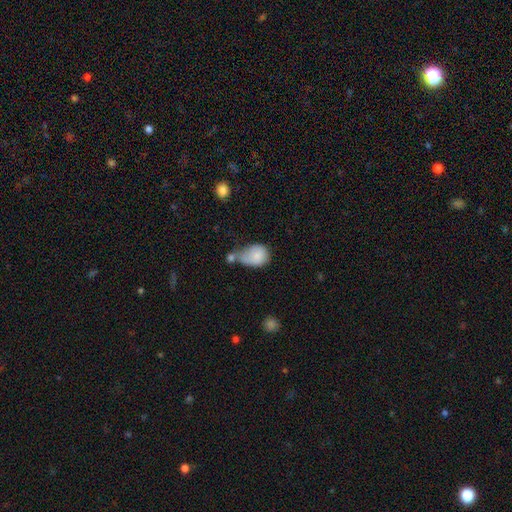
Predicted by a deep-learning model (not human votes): Smooth or featured?
  - smooth: 80% *
  - featured or disk: 12%
  - star or artifact: 8%
How rounded?
  - in between: 61% *
  - round: 37%
  - cigar-shaped: 1%
Merging?
  - merger: 39% *
  - minor disturbance: 22%
  - none: 20%
  - major disturbance: 18%